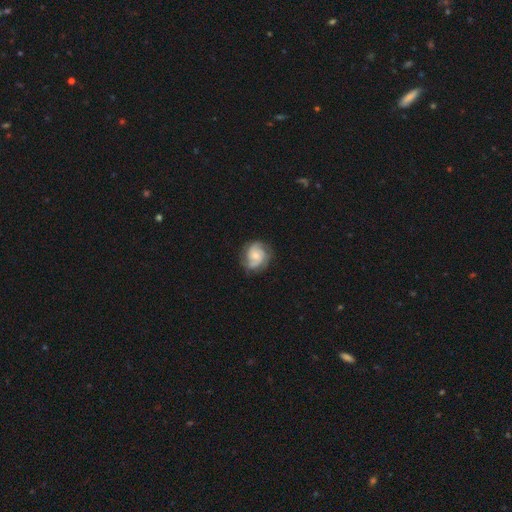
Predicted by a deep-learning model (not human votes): This is likely a featured or disk galaxy (79%). It is clearly not viewed edge-on (98%). Bar: likely no (68%). Spiral arm pattern: clearly yes (96%). Spiral arm count: marginally 2 (45%). Spiral winding: possibly tight (50%). Central bulge: possibly small (53%). Merging: likely none (76%).